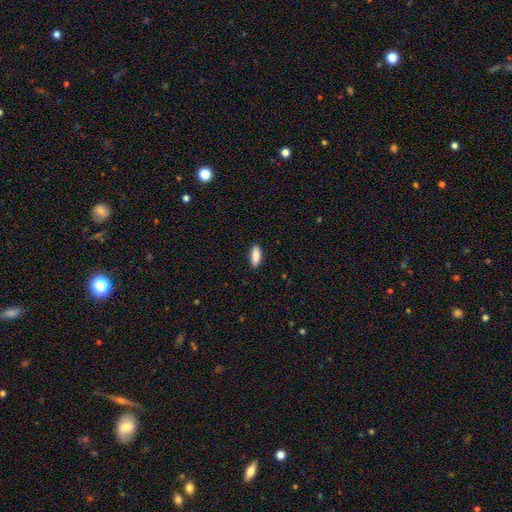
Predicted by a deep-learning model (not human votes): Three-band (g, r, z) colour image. It shows a smooth galaxy with no disk features (89%) that is in between round and cigar-shaped (73%). Merging: none (89%).